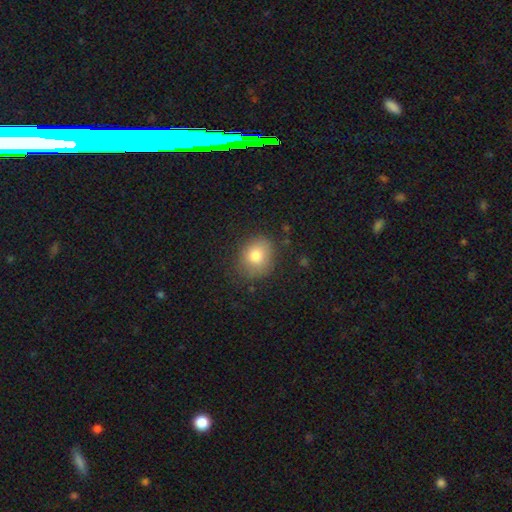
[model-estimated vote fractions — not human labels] Morphology: type=smooth (79%); roundness=round (69%); merging=none (77%).